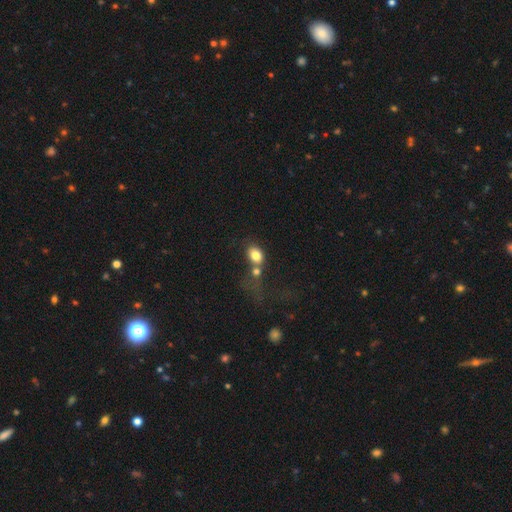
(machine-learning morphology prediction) The model was most divided on "merging": merger: 45%, none: 33%, major disturbance: 12%, minor disturbance: 11%. More confident: smooth or featured — smooth (79%); how rounded — in between (68%).